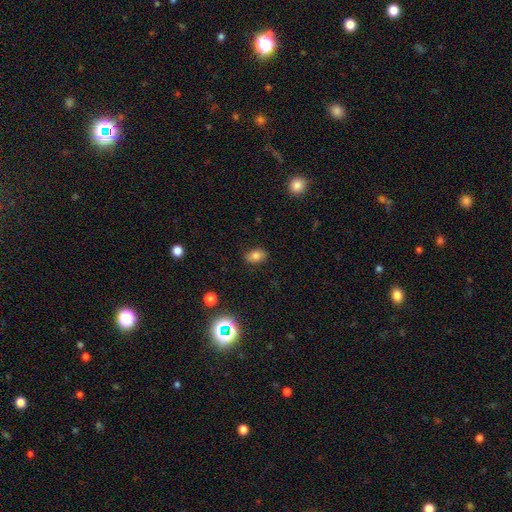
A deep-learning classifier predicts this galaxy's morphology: smooth-or-featured: smooth: 79% | star or artifact: 12% | featured or disk: 9%
  how-rounded: in between: 84% | round: 14% | cigar-shaped: 2%
  merging: none: 86% | minor disturbance: 10% | major disturbance: 3% | merger: 1%